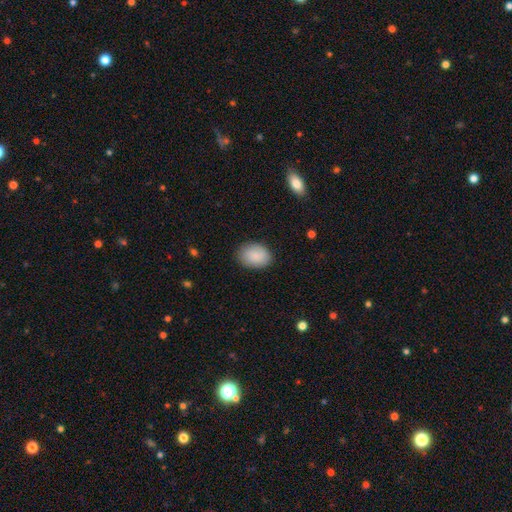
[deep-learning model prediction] This is clearly a smooth galaxy (88%). How rounded: likely in between (76%). Merging: clearly none (85%).